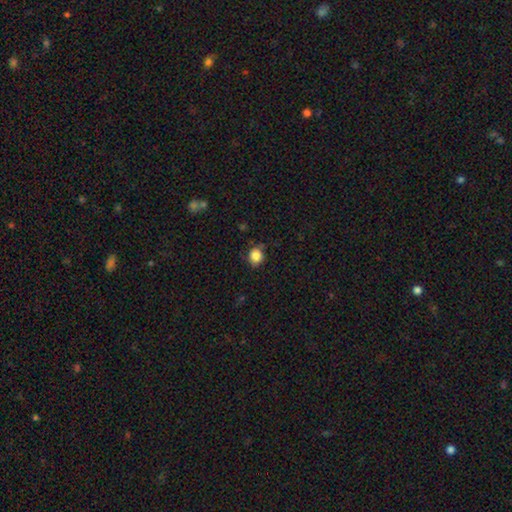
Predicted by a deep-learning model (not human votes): This is clearly a smooth galaxy (85%). How rounded: likely round (80%). Merging: likely none (77%).